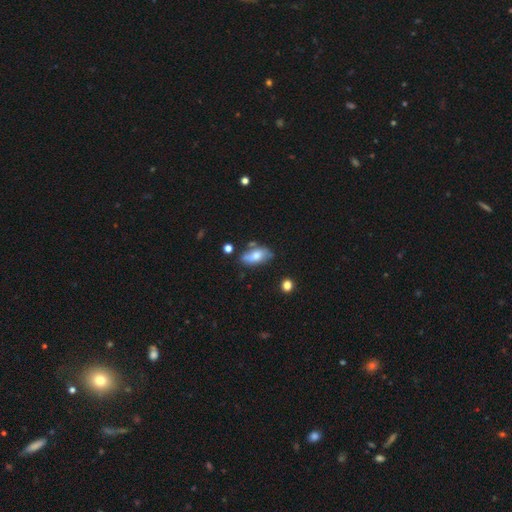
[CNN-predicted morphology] Smooth or featured? Predicted: smooth (p=0.61). How rounded? Predicted: in between (p=0.87). Merging? Predicted: none (p=0.62).